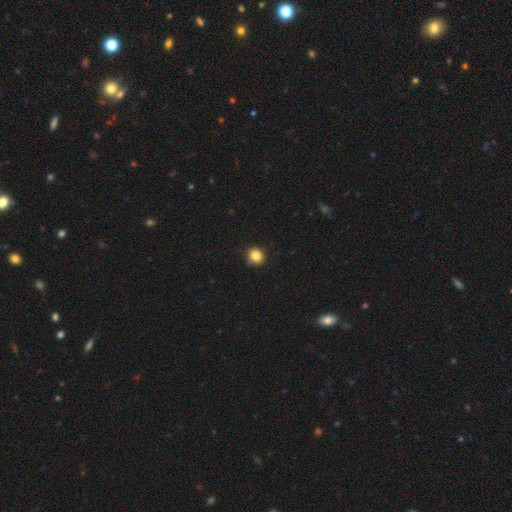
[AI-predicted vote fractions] Morphology: type=smooth (84%); roundness=round (82%); merging=none (83%).